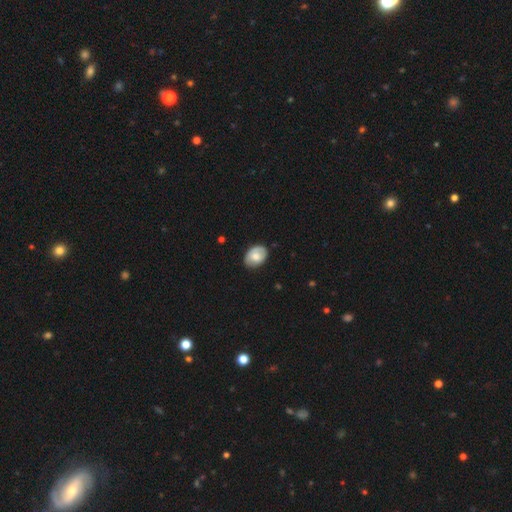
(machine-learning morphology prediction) Smooth or featured?
  - smooth: 70% *
  - featured or disk: 23%
  - star or artifact: 7%
How rounded?
  - in between: 79% *
  - round: 20%
  - cigar-shaped: 1%
Merging?
  - none: 77% *
  - minor disturbance: 19%
  - major disturbance: 3%
  - merger: 1%